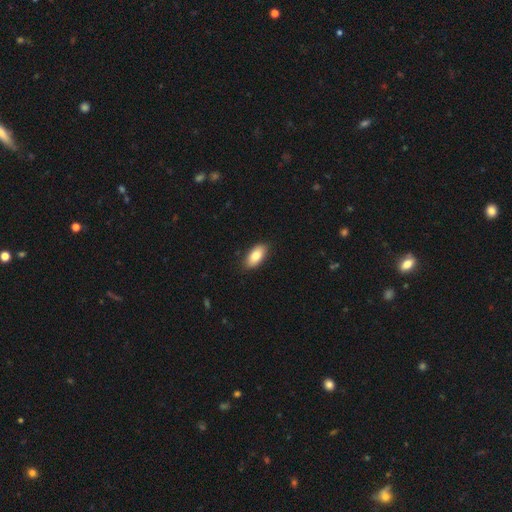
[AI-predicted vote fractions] A smooth galaxy with no disk features (83%) that is in between round and cigar-shaped (91%). Merging: none (87%).